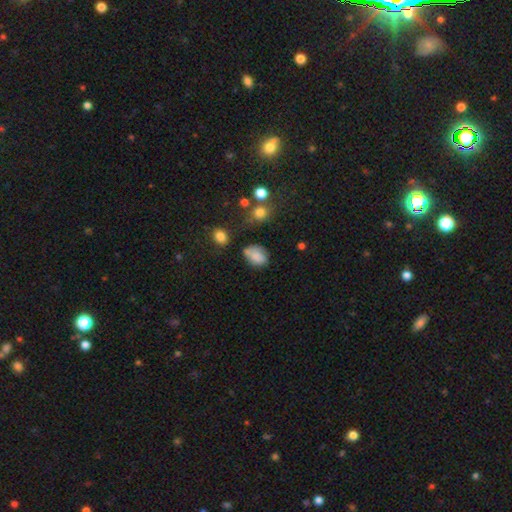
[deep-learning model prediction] Smooth or featured? Predicted: smooth (p=0.79). How rounded? Predicted: in between (p=0.72). Merging? Predicted: none (p=0.52).